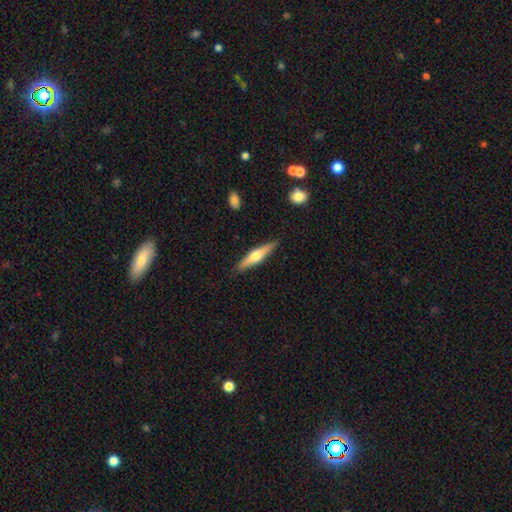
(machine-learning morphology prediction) Q: Smooth or featured?
A: featured or disk (53%); runner-up: smooth (41%)
Q: Edge-on disk?
A: yes (95%); runner-up: no (5%)
Q: Edge-on bulge?
A: rounded (91%); runner-up: boxy (5%)
Q: Merging?
A: none (87%); runner-up: minor disturbance (9%)